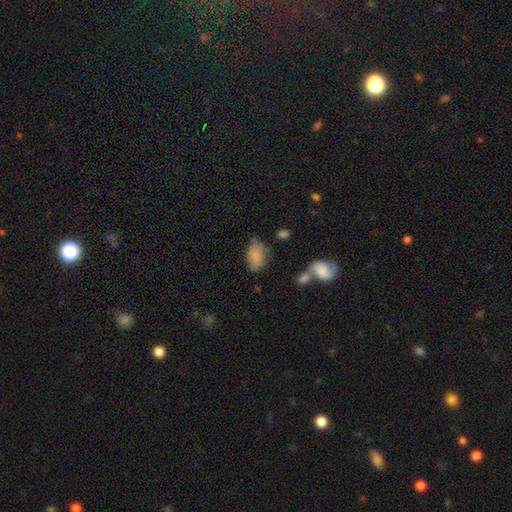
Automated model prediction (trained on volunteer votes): A smooth galaxy with no disk features (77%) that is in between round and cigar-shaped (87%).

Vote fractions:
- Smooth or featured? smooth: 77% / featured or disk: 14% / star or artifact: 9%
- How rounded? in between: 87% / round: 12% / cigar-shaped: 2%
- Merging? none: 49% / minor disturbance: 30% / major disturbance: 13% / merger: 8%